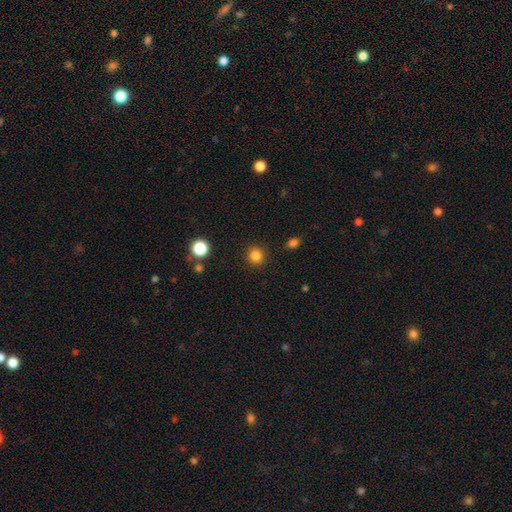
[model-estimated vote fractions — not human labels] smooth_or_featured: smooth (p=0.83) [alt: star or artifact p=0.13]
how_rounded: round (p=0.92) [alt: in between p=0.07]
merging: none (p=0.91) [alt: minor disturbance p=0.06]